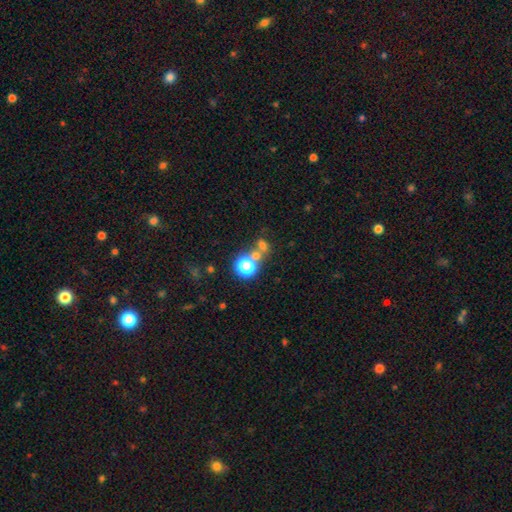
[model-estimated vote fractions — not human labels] smooth 55%, star or artifact 33%, featured or disk 12%. Down the decision tree: how rounded — round (78%); merging — none (50%).